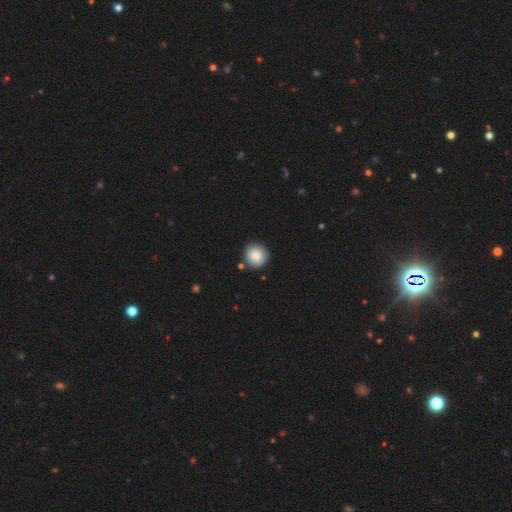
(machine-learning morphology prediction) This appears to be a smooth galaxy with no disk features (85%) that is round (93%). Merging: none (86%).